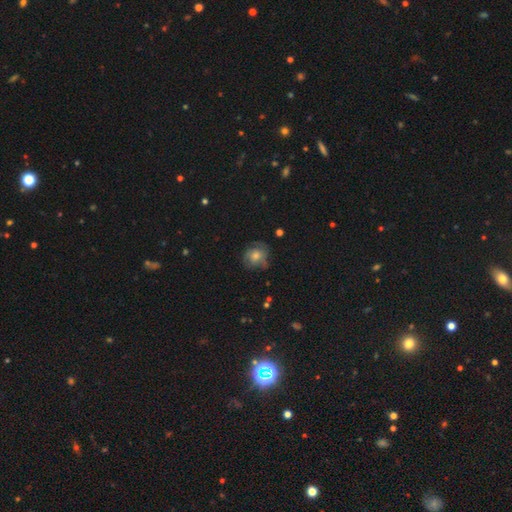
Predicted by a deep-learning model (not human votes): smooth 54%, featured or disk 33%, star or artifact 12%. Down the decision tree: how rounded — round (79%); merging — none (64%).